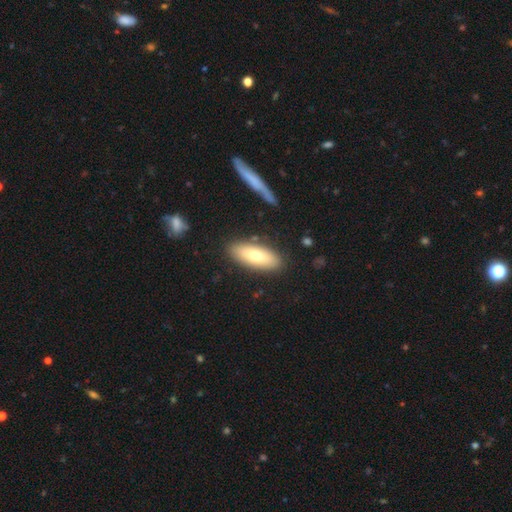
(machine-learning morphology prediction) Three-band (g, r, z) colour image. It shows a smooth galaxy with no disk features (70%) that is in between round and cigar-shaped (74%). Merging: none (83%).